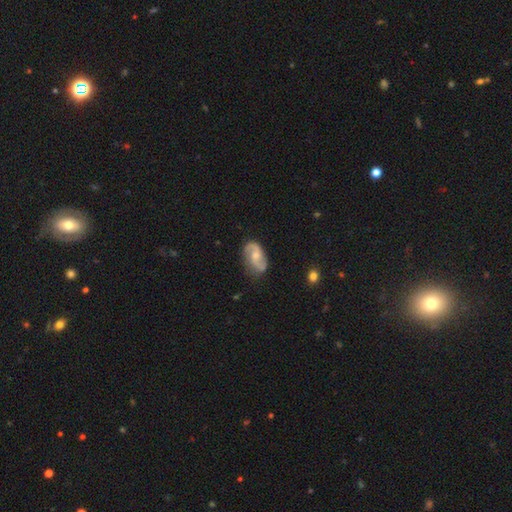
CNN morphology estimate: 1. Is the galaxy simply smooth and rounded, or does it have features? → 79% featured or disk, 16% smooth, 5% star or artifact.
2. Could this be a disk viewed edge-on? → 97% no, 3% yes.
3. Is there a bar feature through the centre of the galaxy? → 52% no, 41% weak, 7% strong.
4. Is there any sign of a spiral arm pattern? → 95% yes, 5% no.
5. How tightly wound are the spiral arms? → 44% loose, 42% medium, 14% tight.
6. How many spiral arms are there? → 91% 2, 4% can't tell, 2% 1, 1% 3, 1% 4, 1% more than 4.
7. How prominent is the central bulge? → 52% moderate, 39% small, 5% none, 3% large, 1% dominant.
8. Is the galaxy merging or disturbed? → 77% none, 17% minor disturbance, 5% major disturbance, 2% merger.